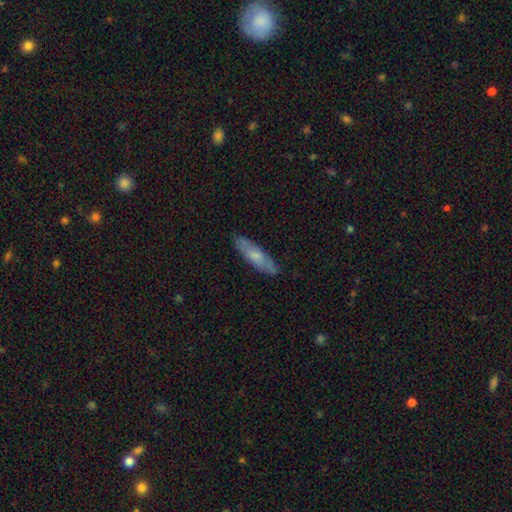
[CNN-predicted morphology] Smooth or featured? Predicted: smooth (p=0.61). How rounded? Predicted: cigar-shaped (p=0.64). Merging? Predicted: none (p=0.83).